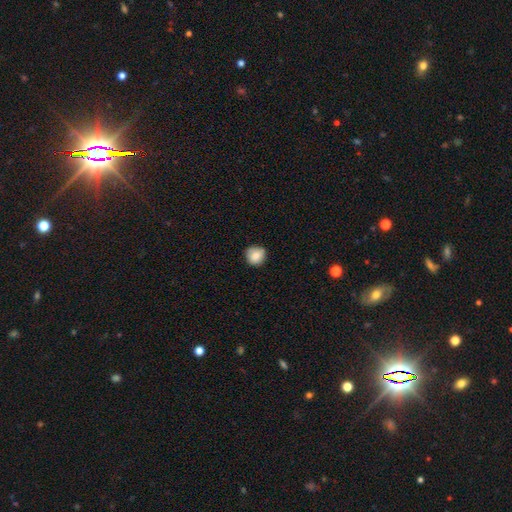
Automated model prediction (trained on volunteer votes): Smooth or featured?
  - smooth: 83% *
  - star or artifact: 9%
  - featured or disk: 9%
How rounded?
  - round: 91% *
  - in between: 8%
  - cigar-shaped: 1%
Merging?
  - none: 81% *
  - minor disturbance: 15%
  - major disturbance: 3%
  - merger: 1%